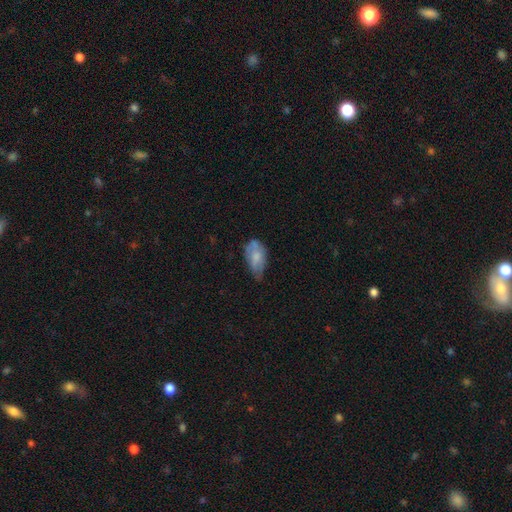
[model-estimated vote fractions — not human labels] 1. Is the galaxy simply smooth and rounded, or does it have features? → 64% smooth, 28% featured or disk, 8% star or artifact.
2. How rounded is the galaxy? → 92% in between, 4% cigar-shaped, 4% round.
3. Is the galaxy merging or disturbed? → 42% minor disturbance, 39% none, 15% major disturbance, 3% merger.